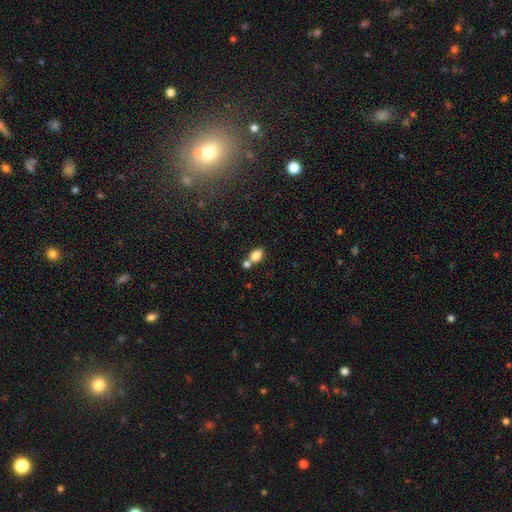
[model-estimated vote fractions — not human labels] smooth_or_featured: smooth (p=0.82) [alt: star or artifact p=0.10]
how_rounded: in between (p=0.78) [alt: round p=0.20]
merging: none (p=0.54) [alt: merger p=0.33]